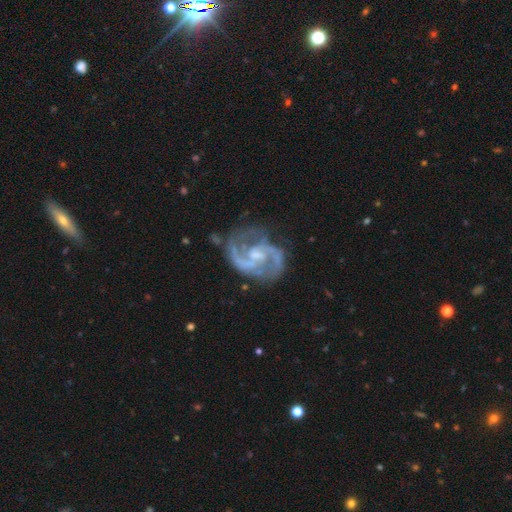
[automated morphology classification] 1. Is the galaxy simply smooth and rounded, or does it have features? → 90% featured or disk, 6% star or artifact, 4% smooth.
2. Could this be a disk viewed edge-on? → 98% no, 2% yes.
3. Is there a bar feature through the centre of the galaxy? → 50% weak, 35% no, 15% strong.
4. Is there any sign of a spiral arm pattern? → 97% yes, 3% no.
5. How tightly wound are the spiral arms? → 57% medium, 25% loose, 18% tight.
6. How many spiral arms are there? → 86% 2, 5% 3, 5% can't tell, 2% 1, 2% 4, 2% more than 4.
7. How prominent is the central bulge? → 47% small, 39% moderate, 10% none, 3% large, 1% dominant.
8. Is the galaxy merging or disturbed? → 66% none, 19% minor disturbance, 12% major disturbance, 3% merger.